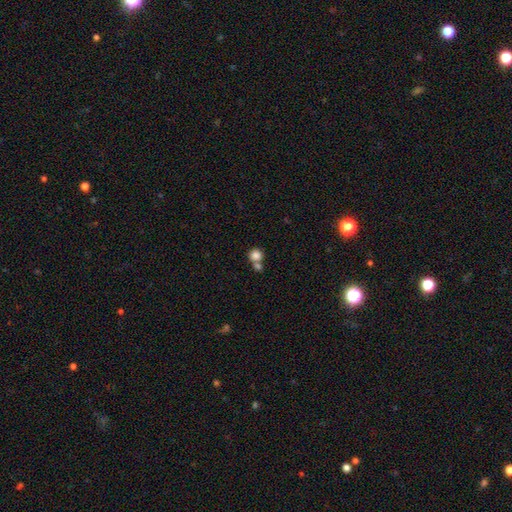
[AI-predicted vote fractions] Smooth or featured? Predicted: smooth (p=0.83). How rounded? Predicted: round (p=0.85). Merging? Predicted: none (p=0.45).